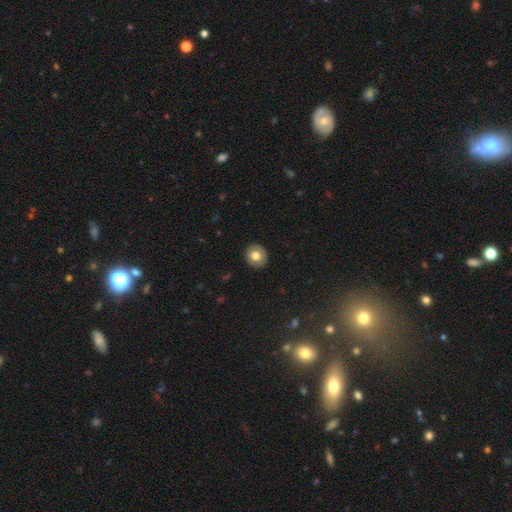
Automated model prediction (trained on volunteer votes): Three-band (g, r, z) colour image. It shows a smooth galaxy with no disk features (76%) that is round (85%). Merging: none (91%).